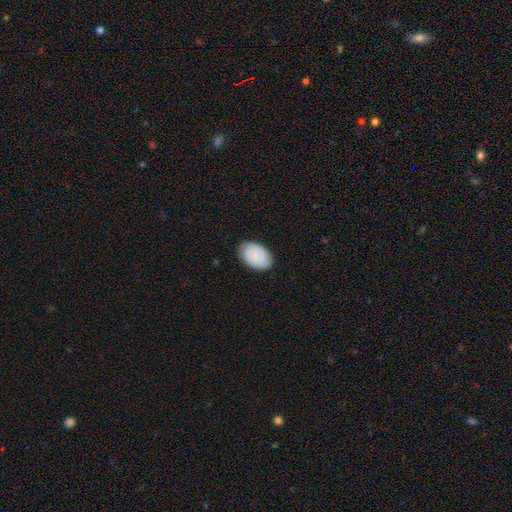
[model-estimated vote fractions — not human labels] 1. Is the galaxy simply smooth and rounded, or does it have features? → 78% smooth, 16% featured or disk, 6% star or artifact.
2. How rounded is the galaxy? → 89% in between, 10% round, 1% cigar-shaped.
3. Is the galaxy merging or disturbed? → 84% none, 13% minor disturbance, 2% major disturbance, 1% merger.